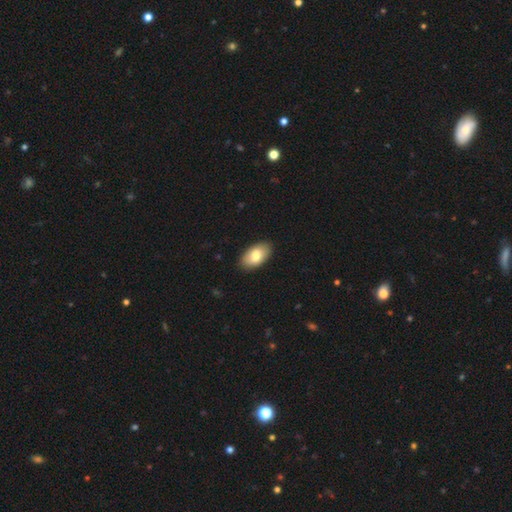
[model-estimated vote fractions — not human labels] A smooth galaxy with no disk features (79%) that is in between round and cigar-shaped (95%).

Vote fractions:
- Smooth or featured? smooth: 79% / featured or disk: 15% / star or artifact: 6%
- How rounded? in between: 95% / round: 4% / cigar-shaped: 2%
- Merging? none: 88% / minor disturbance: 9% / major disturbance: 2% / merger: 1%